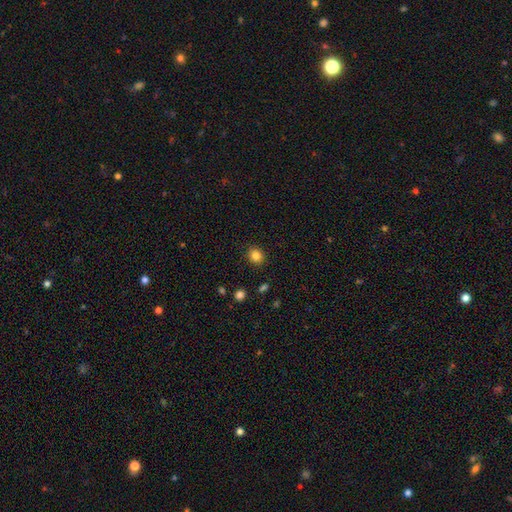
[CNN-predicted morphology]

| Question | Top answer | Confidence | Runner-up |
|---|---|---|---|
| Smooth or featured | smooth | 84% | star or artifact (11%) |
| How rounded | round | 76% | in between (23%) |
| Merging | none | 90% | minor disturbance (7%) |